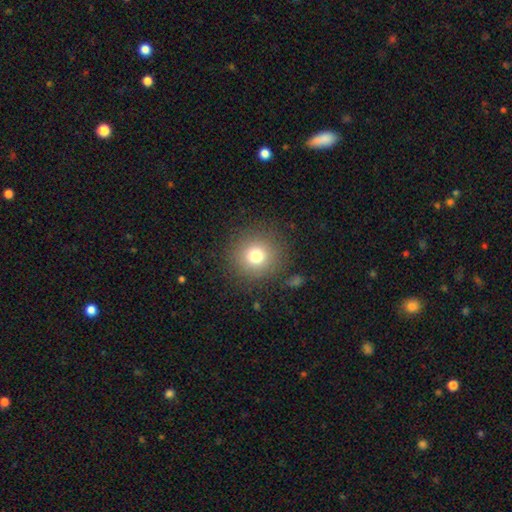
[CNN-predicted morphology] The model was most divided on "smooth or featured": smooth: 76%, star or artifact: 13%, featured or disk: 10%. More confident: how rounded — round (93%); merging — none (87%).